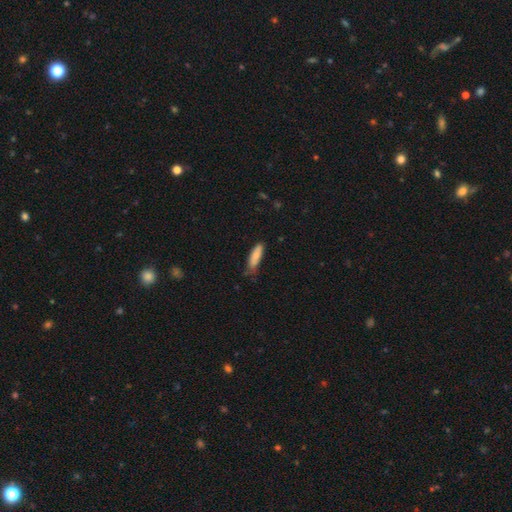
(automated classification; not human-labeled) Smooth or featured?
  - smooth: 83% *
  - featured or disk: 11%
  - star or artifact: 6%
How rounded?
  - cigar-shaped: 55% *
  - in between: 43%
  - round: 2%
Merging?
  - none: 57% *
  - minor disturbance: 34%
  - major disturbance: 7%
  - merger: 2%